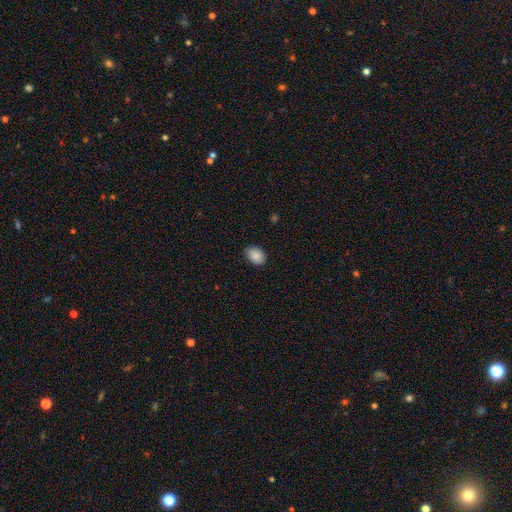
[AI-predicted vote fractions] Smooth or featured? smooth (88%)
How rounded? in between (78%)
Merging? none (85%)